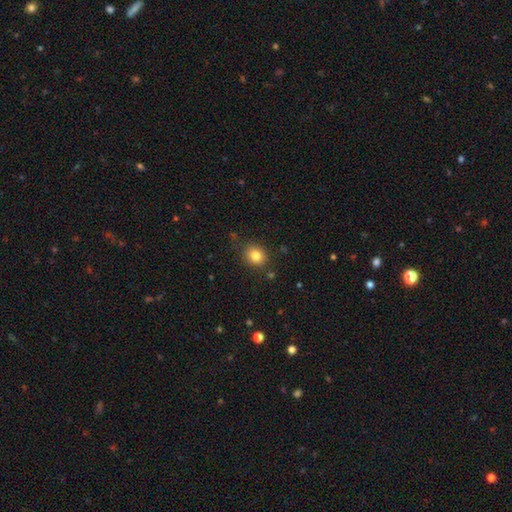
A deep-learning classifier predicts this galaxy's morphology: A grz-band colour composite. It shows a smooth galaxy with no disk features (82%) that is round (71%). Merging: none (82%).